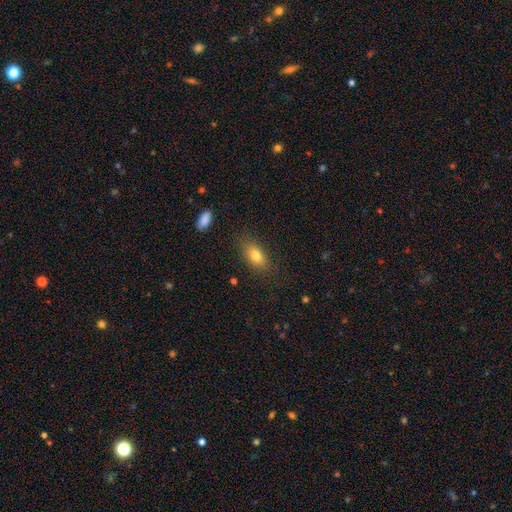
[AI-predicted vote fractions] This is likely a smooth galaxy (79%). How rounded: clearly in between (86%). Merging: clearly none (81%).